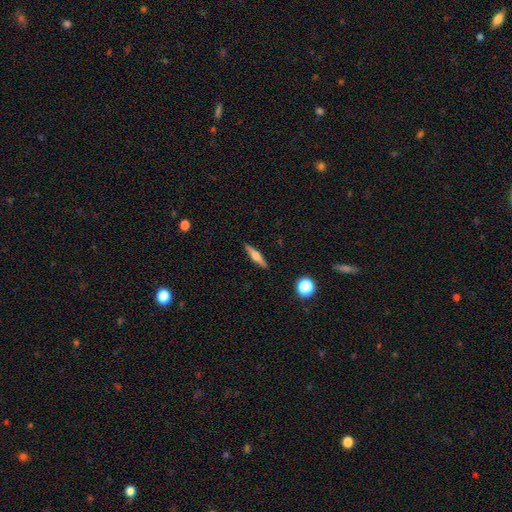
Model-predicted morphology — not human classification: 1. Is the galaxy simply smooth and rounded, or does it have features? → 48% featured or disk, 45% smooth, 7% star or artifact.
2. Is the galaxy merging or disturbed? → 89% none, 8% minor disturbance, 2% major disturbance, 1% merger.